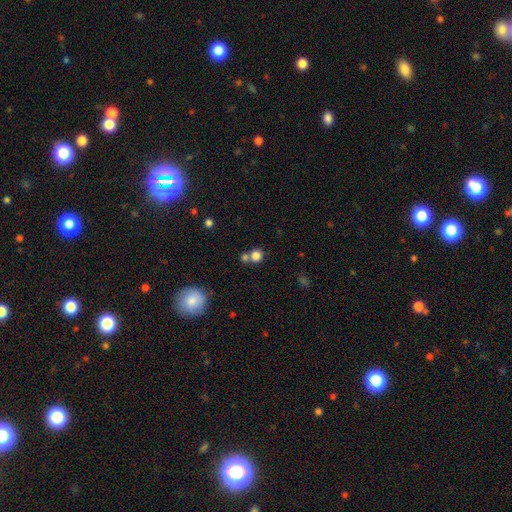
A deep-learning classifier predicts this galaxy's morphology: Smooth or featured? Predicted: smooth (p=0.81). How rounded? Predicted: round (p=0.86). Merging? Predicted: none (p=0.53).